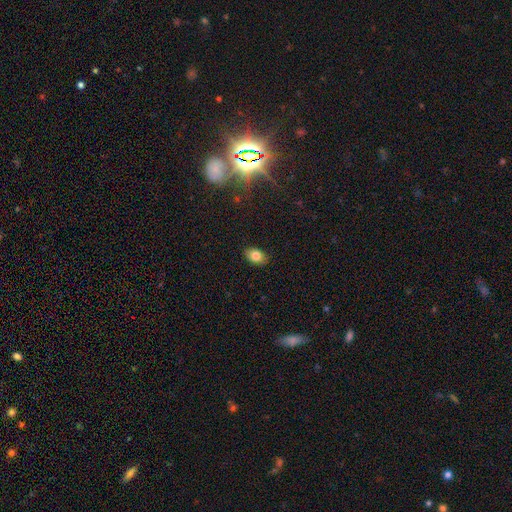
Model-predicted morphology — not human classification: This is clearly a smooth galaxy (82%). How rounded: clearly in between (85%). Merging: clearly none (86%).